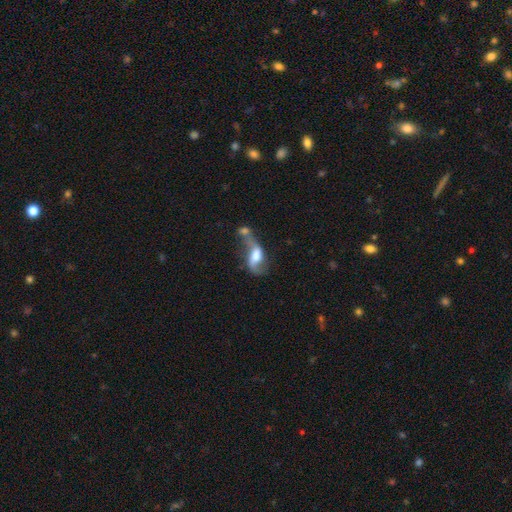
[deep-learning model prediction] Overall: featured or disk (58%; smooth 34%). Edge-on disk: no (92%). Bar: weak (40%, tied with no). Spiral arms: yes (77%). Bulge size: large (39%; moderate 34%). Merging: merger (53%; major disturbance 19%).